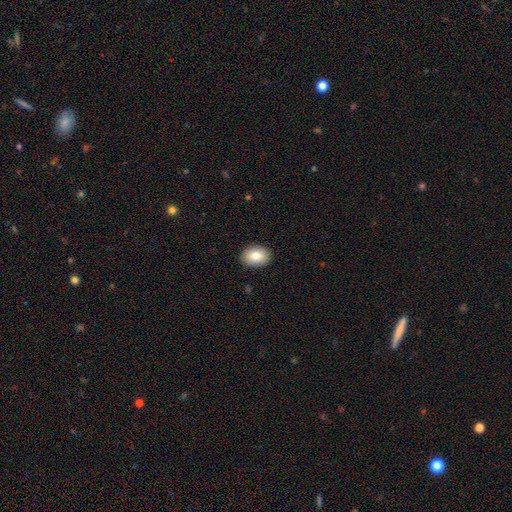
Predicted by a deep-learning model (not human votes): Smooth or featured?
  - smooth: 82% *
  - featured or disk: 10%
  - star or artifact: 7%
How rounded?
  - in between: 74% *
  - round: 26%
  - cigar-shaped: 1%
Merging?
  - none: 90% *
  - minor disturbance: 8%
  - major disturbance: 2%
  - merger: 1%